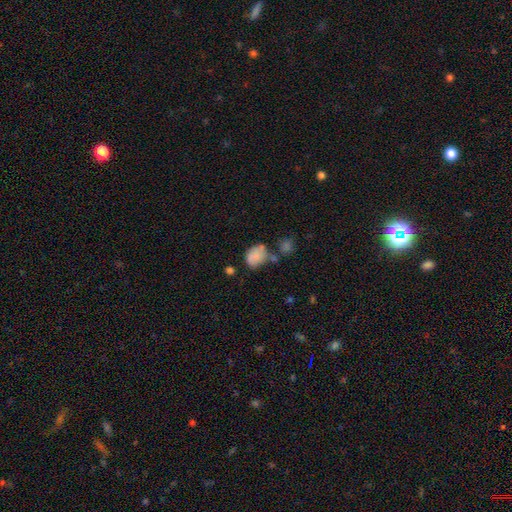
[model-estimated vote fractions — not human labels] Morphology: type=smooth (78%); roundness=in between (70%); merging=none (39%).